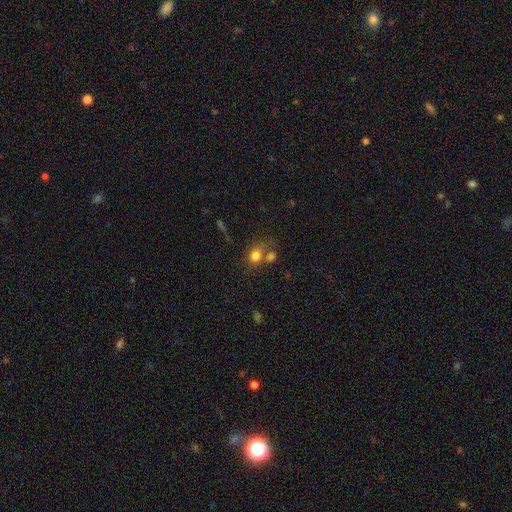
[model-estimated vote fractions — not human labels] Smooth or featured: smooth — 76% (featured or disk — 12%)
How rounded: round — 53% (in between — 46%)
Merging: none — 41% (merger — 37%)